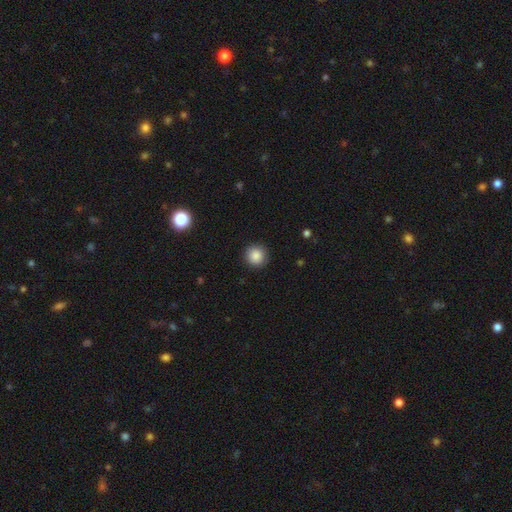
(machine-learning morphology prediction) type=smooth (87%); roundness=round (94%); merging=none (90%).